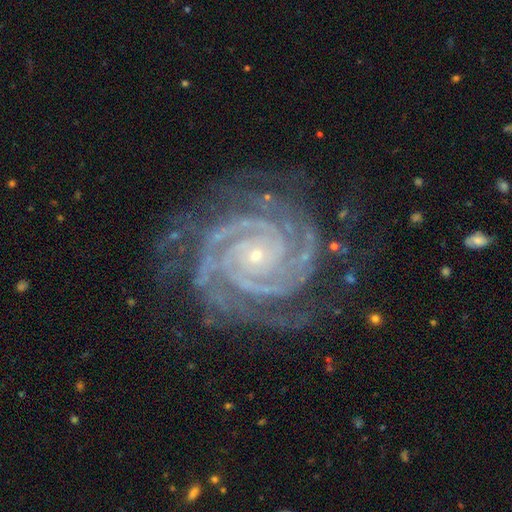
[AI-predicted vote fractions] smooth-or-featured: featured or disk: 93% | star or artifact: 5% | smooth: 2%
  disk-edge-on: no: 98% | yes: 2%
    bar: no: 74% | weak: 15% | strong: 11%
    has-spiral-arms: yes: 99% | no: 1%
      spiral-winding: tight: 85% | medium: 14% | loose: 2%
      spiral-arm-count: 2: 40% | 3: 21% | 4: 14% | can't tell: 10% | more than 4: 9% | 1: 7%
    bulge-size: small: 87% | moderate: 10% | none: 2% | large: 1% | dominant: 1%
  merging: none: 76% | minor disturbance: 16% | major disturbance: 6% | merger: 1%